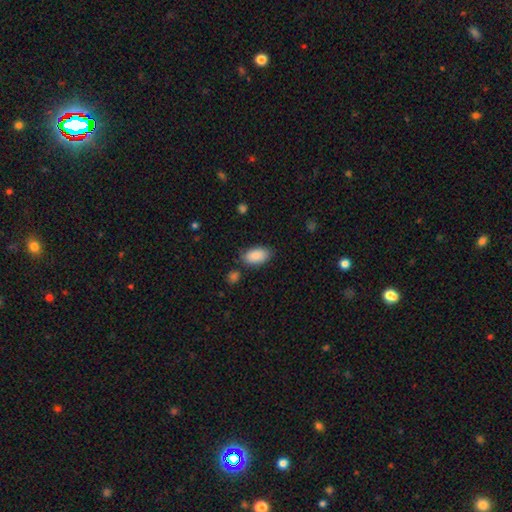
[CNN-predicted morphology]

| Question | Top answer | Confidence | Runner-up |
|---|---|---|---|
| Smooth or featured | smooth | 89% | star or artifact (6%) |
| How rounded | in between | 94% | round (4%) |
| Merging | none | 78% | minor disturbance (15%) |